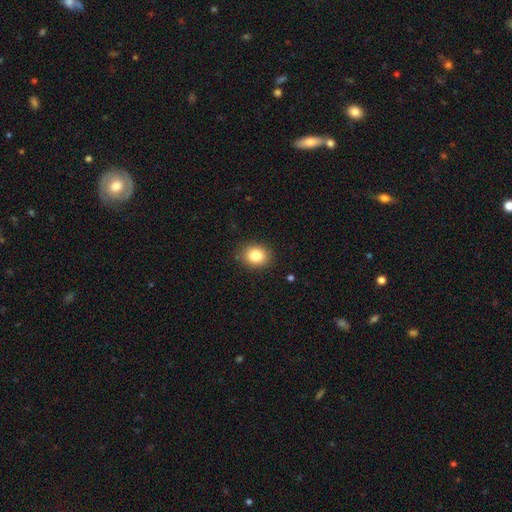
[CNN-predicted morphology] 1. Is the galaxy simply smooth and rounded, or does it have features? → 84% smooth, 10% star or artifact, 6% featured or disk.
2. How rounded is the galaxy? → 58% round, 41% in between, 1% cigar-shaped.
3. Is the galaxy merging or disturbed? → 87% none, 9% minor disturbance, 2% major disturbance, 1% merger.